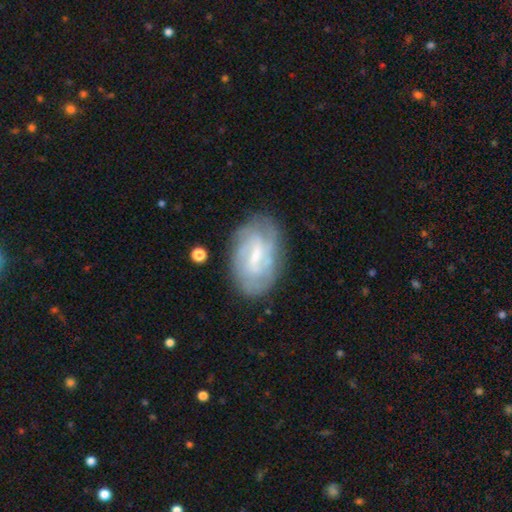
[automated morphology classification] Smooth or featured? Predicted: featured or disk (p=0.70). Edge-on disk? Predicted: no (p=0.96). Bar? Predicted: weak (p=0.56). Spiral arms? Predicted: yes (p=0.82). Spiral winding? Predicted: tight (p=0.52). Spiral arm count? Predicted: can't tell (p=0.47). Bulge size? Predicted: small (p=0.47). Merging? Predicted: none (p=0.73).